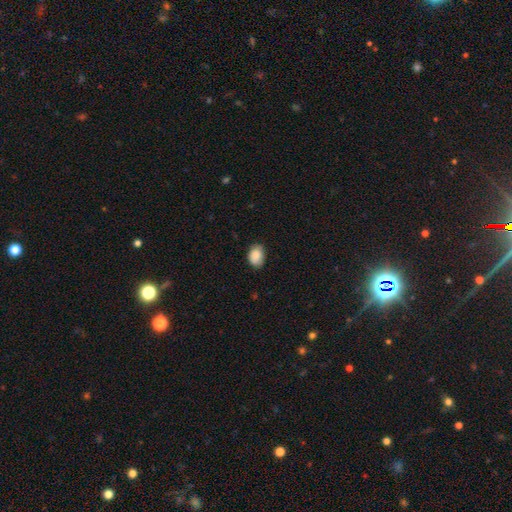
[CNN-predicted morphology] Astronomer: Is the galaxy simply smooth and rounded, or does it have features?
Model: smooth — 88%.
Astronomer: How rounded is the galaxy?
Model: in between — 75%.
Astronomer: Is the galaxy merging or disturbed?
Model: none — 72%.